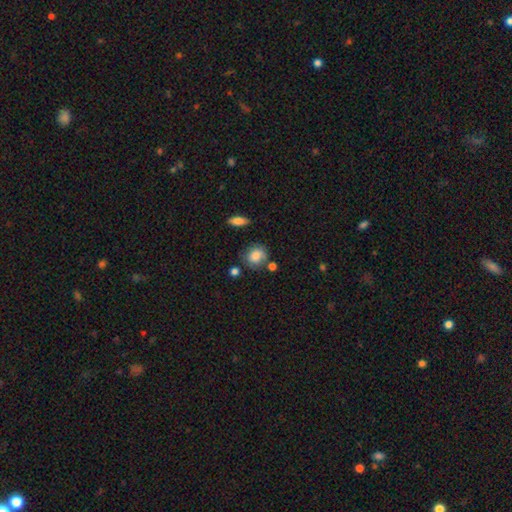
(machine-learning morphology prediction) Smooth or featured? Predicted: smooth (p=0.77). How rounded? Predicted: round (p=0.69). Merging? Predicted: none (p=0.61).